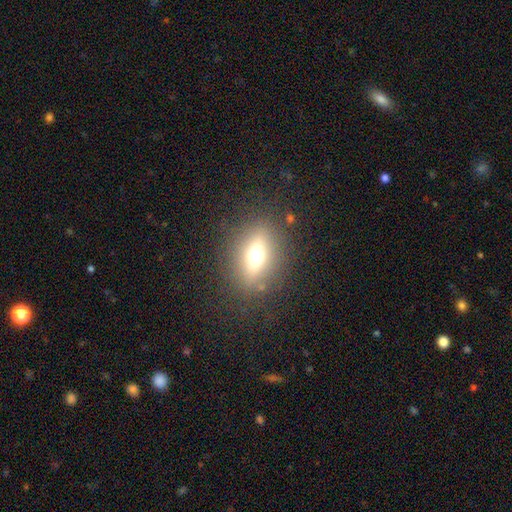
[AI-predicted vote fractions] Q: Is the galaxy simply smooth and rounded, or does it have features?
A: smooth — 53%.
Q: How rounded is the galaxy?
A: in between — 56%.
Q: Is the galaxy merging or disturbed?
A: none — 81%.